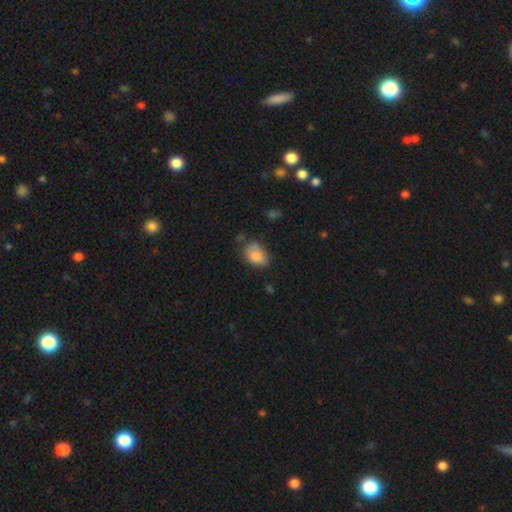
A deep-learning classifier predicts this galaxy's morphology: Q: Smooth or featured?
A: smooth (80%); runner-up: featured or disk (12%)
Q: How rounded?
A: in between (79%); runner-up: round (19%)
Q: Merging?
A: none (51%); runner-up: minor disturbance (33%)